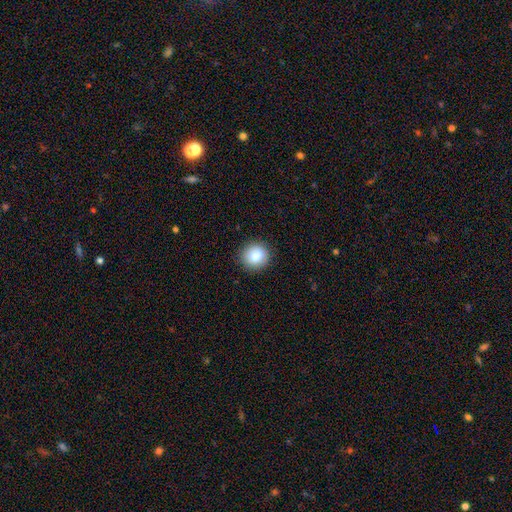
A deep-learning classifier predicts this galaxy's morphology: This appears to be a smooth galaxy with no disk features (86%) that is round (88%). Merging: none (90%).